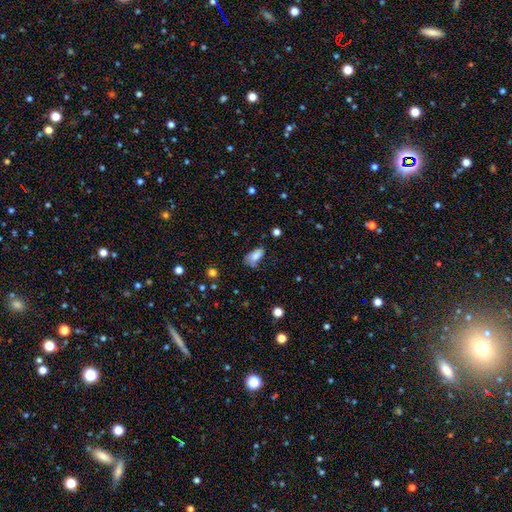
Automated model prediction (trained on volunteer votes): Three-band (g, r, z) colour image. It shows a smooth galaxy with no disk features (80%) that is in between round and cigar-shaped (89%). Merging: none (49%).